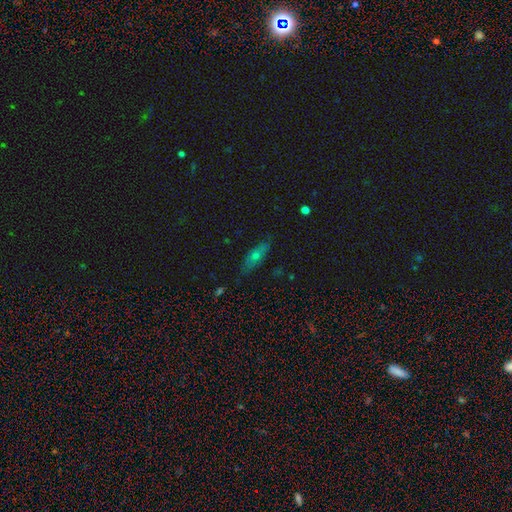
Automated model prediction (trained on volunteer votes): smooth_or_featured: smooth (p=0.49) [alt: featured or disk p=0.40]
merging: none (p=0.82) [alt: minor disturbance p=0.14]